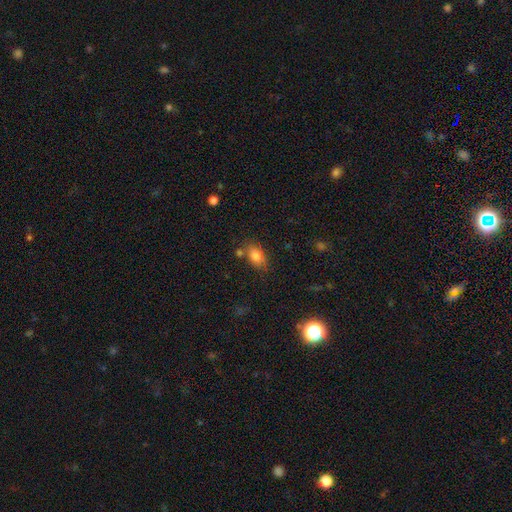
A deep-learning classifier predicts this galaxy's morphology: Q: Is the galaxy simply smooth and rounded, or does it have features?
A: smooth — 83%.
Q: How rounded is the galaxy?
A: in between — 85%.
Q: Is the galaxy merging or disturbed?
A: none — 69%.